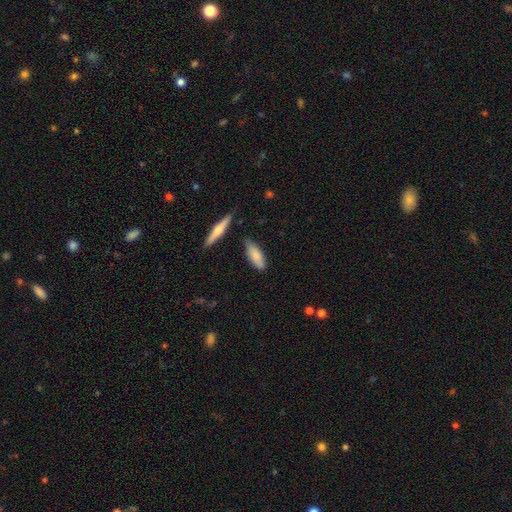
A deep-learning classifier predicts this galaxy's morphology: This appears to be a smooth galaxy with no disk features (78%) that is in between round and cigar-shaped (59%). Merging: none (73%).